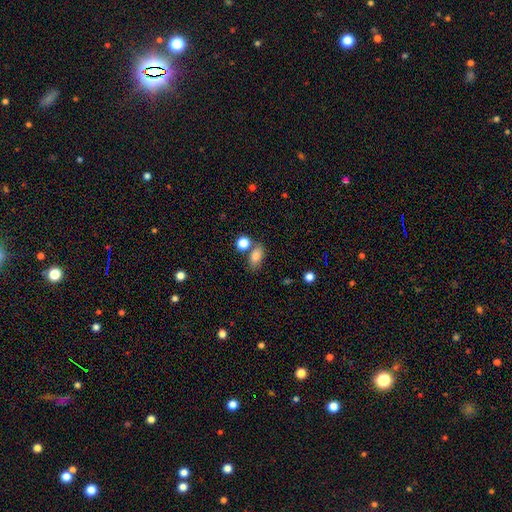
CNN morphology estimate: A smooth galaxy with no disk features (81%) that is in between round and cigar-shaped (84%).

Vote fractions:
- Smooth or featured? smooth: 81% / star or artifact: 10% / featured or disk: 9%
- How rounded? in between: 84% / round: 13% / cigar-shaped: 3%
- Merging? none: 65% / merger: 17% / minor disturbance: 14% / major disturbance: 4%